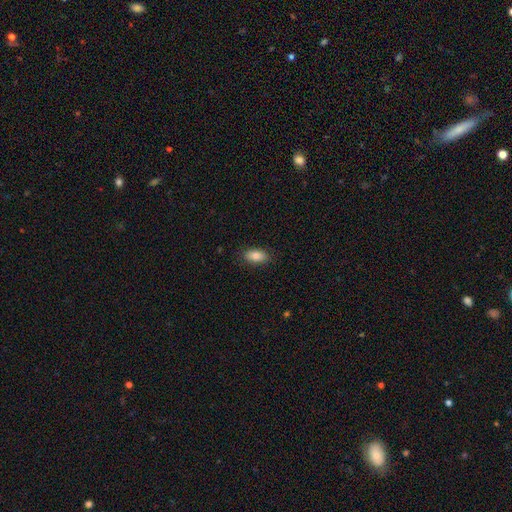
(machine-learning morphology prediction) smooth-or-featured: smooth: 83% | featured or disk: 9% | star or artifact: 8%
  how-rounded: in between: 90% | cigar-shaped: 5% | round: 4%
  merging: none: 87% | minor disturbance: 10% | major disturbance: 2% | merger: 1%